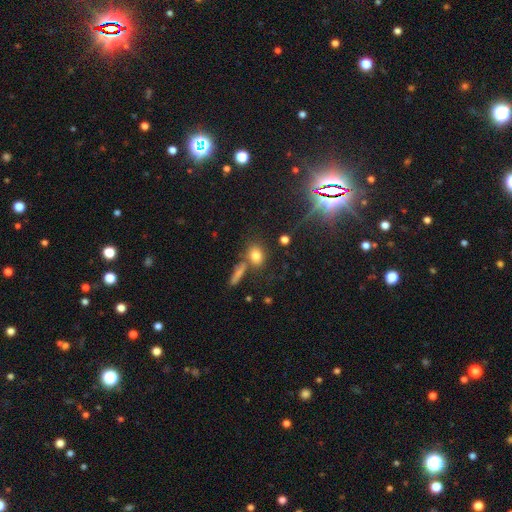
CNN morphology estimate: smooth_or_featured: smooth (p=0.76) [alt: star or artifact p=0.13]
how_rounded: in between (p=0.58) [alt: round p=0.37]
merging: none (p=0.66) [alt: merger p=0.17]